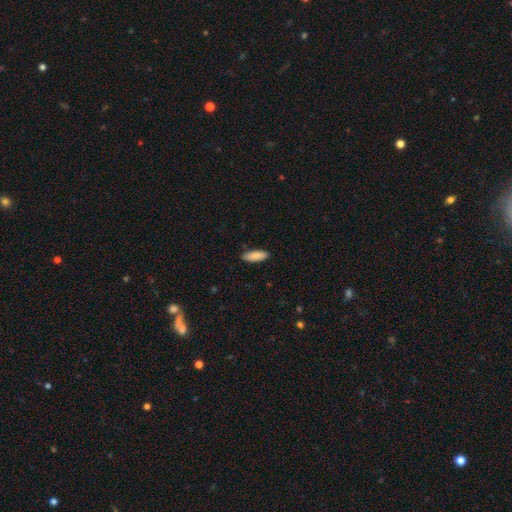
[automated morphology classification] Smooth or featured: smooth — 88% (featured or disk — 6%)
How rounded: in between — 61% (cigar-shaped — 38%)
Merging: none — 88% (minor disturbance — 10%)